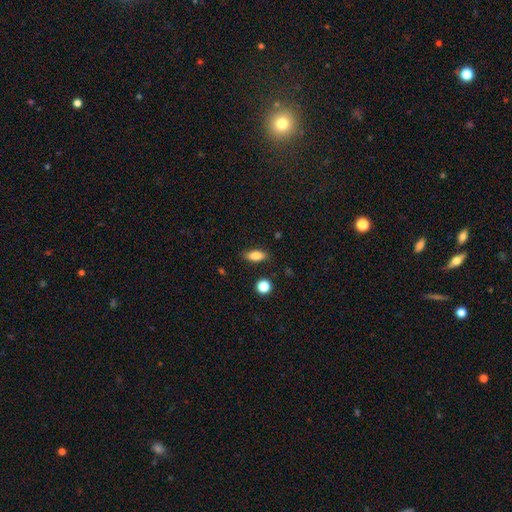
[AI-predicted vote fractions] This is clearly a smooth galaxy (82%). How rounded: clearly in between (83%). Merging: clearly none (85%).